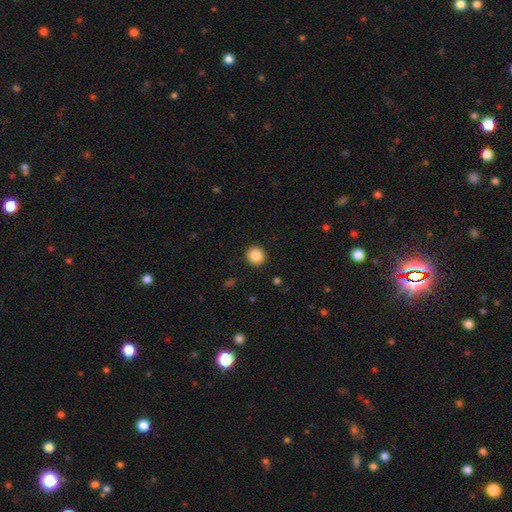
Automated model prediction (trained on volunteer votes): Smooth or featured?
  - smooth: 87% *
  - star or artifact: 9%
  - featured or disk: 4%
How rounded?
  - round: 90% *
  - in between: 9%
  - cigar-shaped: 1%
Merging?
  - none: 92% *
  - minor disturbance: 5%
  - major disturbance: 2%
  - merger: 1%